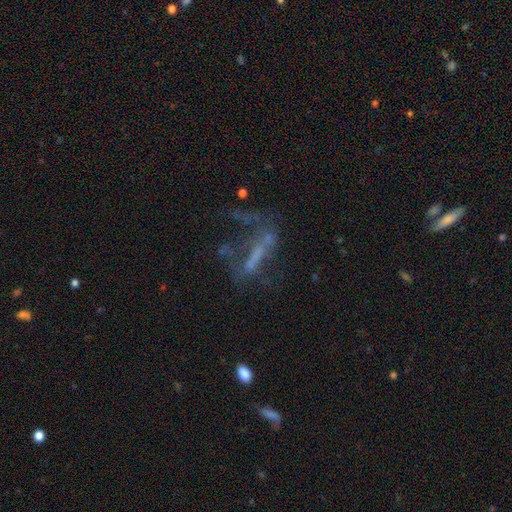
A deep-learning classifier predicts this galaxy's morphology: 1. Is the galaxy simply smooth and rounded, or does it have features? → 53% featured or disk, 25% smooth, 22% star or artifact.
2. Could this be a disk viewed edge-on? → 80% no, 20% yes.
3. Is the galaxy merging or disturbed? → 40% major disturbance, 35% none, 16% minor disturbance, 9% merger.